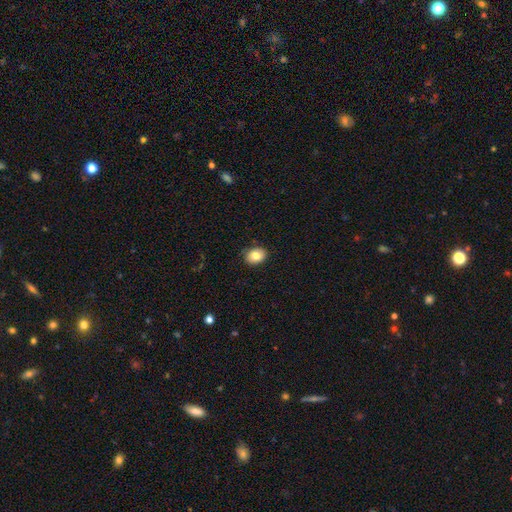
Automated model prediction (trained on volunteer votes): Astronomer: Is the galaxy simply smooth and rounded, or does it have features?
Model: smooth — 82%.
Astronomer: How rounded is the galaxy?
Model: in between — 59% (runner-up: round, 40%).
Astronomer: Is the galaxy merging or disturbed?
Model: none — 84%.